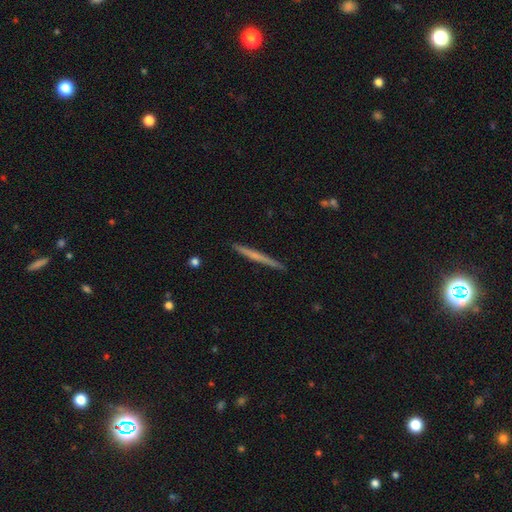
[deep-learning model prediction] The model was most divided on "smooth or featured": featured or disk: 50%, smooth: 45%, star or artifact: 6%. More confident: merging — none (92%).